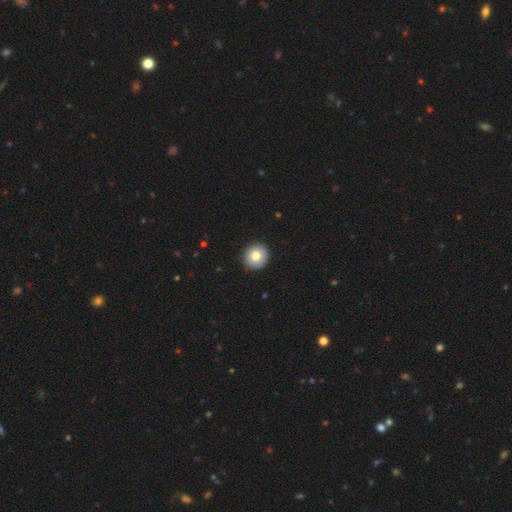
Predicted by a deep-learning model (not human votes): smooth 79%, featured or disk 12%, star or artifact 9%. Down the decision tree: how rounded — round (92%); merging — none (91%).